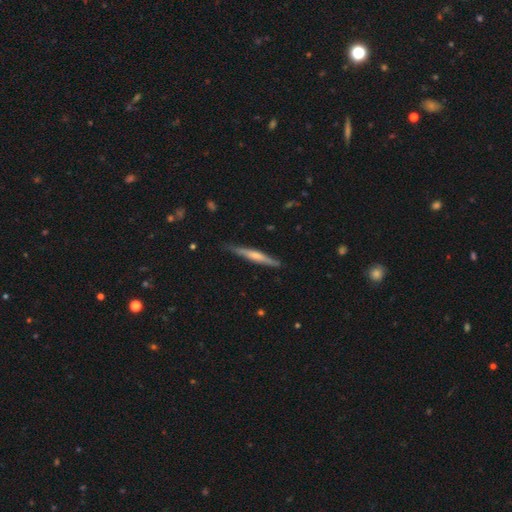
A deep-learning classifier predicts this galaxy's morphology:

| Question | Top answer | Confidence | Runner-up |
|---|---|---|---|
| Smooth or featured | featured or disk | 53% | smooth (41%) |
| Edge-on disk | yes | 95% | no (5%) |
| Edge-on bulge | rounded | 48% | none (35%) |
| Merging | none | 80% | minor disturbance (16%) |